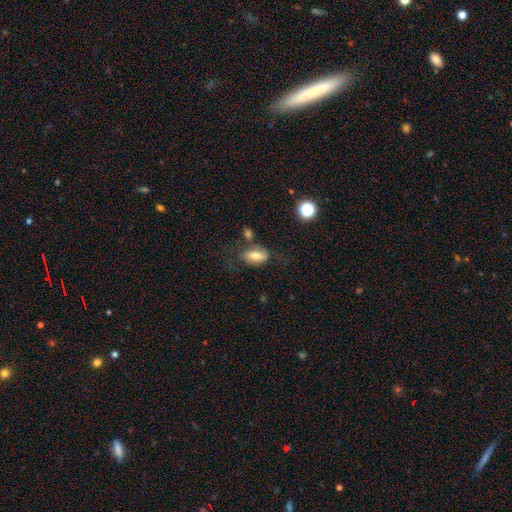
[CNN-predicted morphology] A smooth galaxy with no disk features (70%) that is in between round and cigar-shaped (87%).

Vote fractions:
- Smooth or featured? smooth: 70% / featured or disk: 21% / star or artifact: 9%
- How rounded? in between: 87% / round: 8% / cigar-shaped: 5%
- Merging? none: 54% / minor disturbance: 22% / major disturbance: 14% / merger: 10%